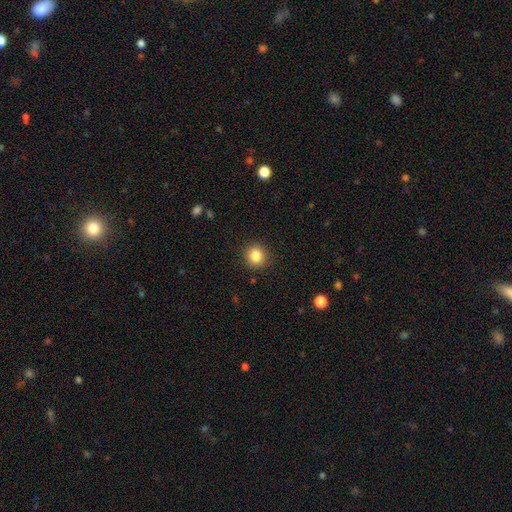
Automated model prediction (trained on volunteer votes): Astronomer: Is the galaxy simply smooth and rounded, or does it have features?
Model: smooth — 84%.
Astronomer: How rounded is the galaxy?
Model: round — 85%.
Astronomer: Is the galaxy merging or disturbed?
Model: none — 90%.